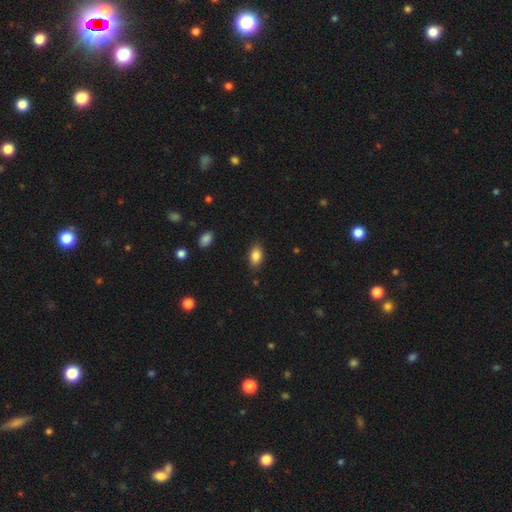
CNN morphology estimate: Smooth or featured? smooth (86%)
How rounded? in between (89%)
Merging? none (85%)